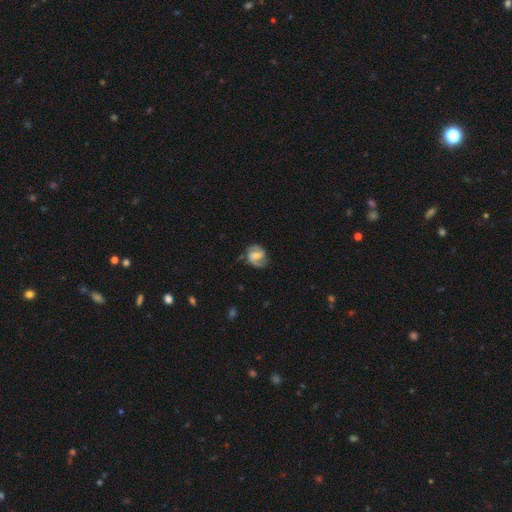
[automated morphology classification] Smooth or featured? featured or disk (79%)
Edge-on disk? no (98%)
Bar? weak (51%)
Spiral arms? yes (95%)
Spiral winding? medium (52%)
Spiral arm count? 2 (87%)
Bulge size? moderate (44%)
Merging? none (73%)